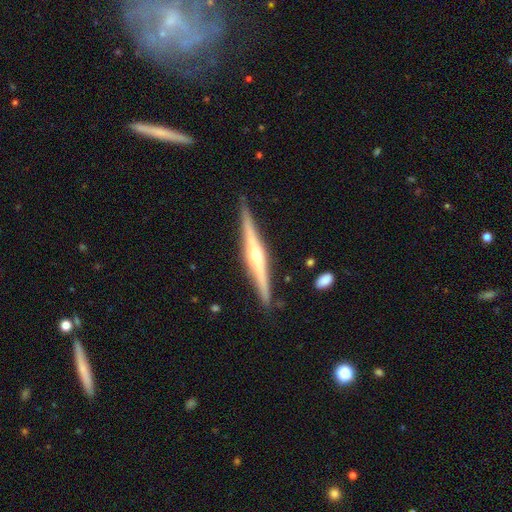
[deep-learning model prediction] Q: Smooth or featured?
A: featured or disk (82%); runner-up: smooth (13%)
Q: Edge-on disk?
A: yes (98%); runner-up: no (2%)
Q: Edge-on bulge?
A: rounded (89%); runner-up: boxy (5%)
Q: Merging?
A: none (89%); runner-up: minor disturbance (8%)